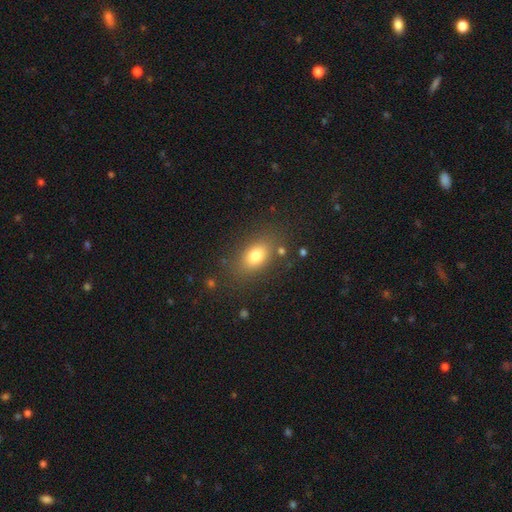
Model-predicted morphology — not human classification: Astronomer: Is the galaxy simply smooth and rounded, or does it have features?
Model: smooth — 78%.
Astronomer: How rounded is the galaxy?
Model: in between — 79%.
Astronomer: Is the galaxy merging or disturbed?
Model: none — 78%.